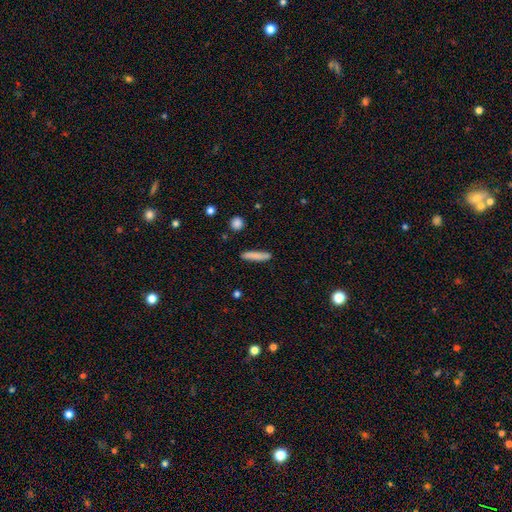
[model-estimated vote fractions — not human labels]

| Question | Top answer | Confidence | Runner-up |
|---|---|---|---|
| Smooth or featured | smooth | 82% | featured or disk (12%) |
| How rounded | cigar-shaped | 88% | in between (11%) |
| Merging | none | 86% | minor disturbance (10%) |